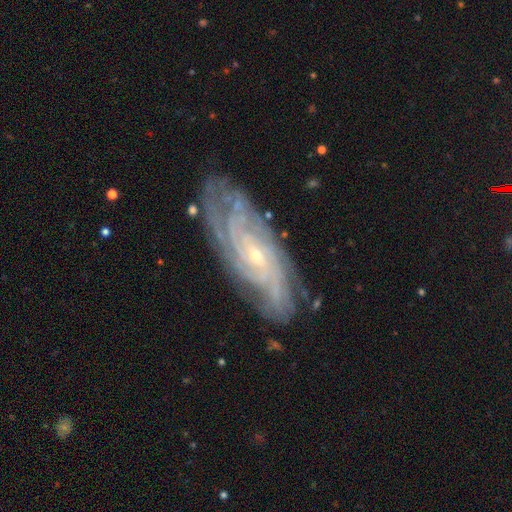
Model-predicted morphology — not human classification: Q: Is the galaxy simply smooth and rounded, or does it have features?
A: featured or disk — 86%.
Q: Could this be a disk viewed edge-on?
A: no — 89%.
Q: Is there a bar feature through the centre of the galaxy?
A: no — 67%.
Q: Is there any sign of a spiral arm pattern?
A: yes — 97%.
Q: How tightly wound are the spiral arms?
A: tight — 72%.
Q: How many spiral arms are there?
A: can't tell — 36%.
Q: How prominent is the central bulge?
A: small — 77%.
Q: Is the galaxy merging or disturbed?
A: none — 79%.